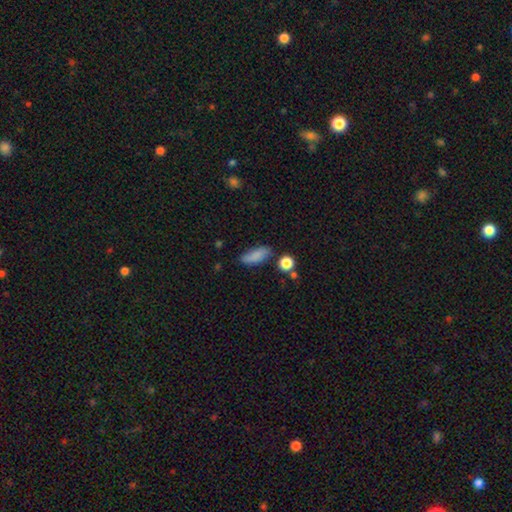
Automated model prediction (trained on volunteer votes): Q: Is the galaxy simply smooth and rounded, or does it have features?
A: smooth — 83%.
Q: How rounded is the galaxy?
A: in between — 70%.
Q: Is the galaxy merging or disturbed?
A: none — 71%.